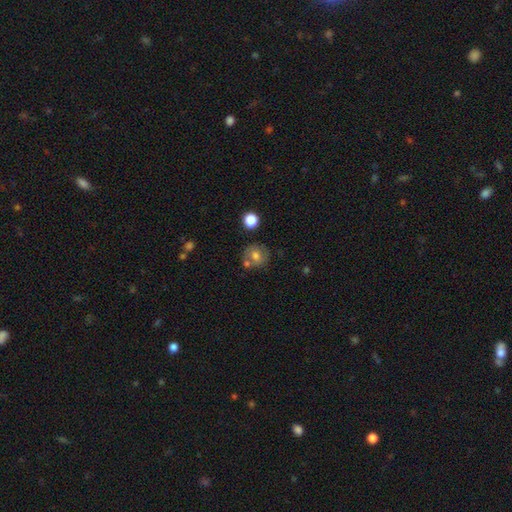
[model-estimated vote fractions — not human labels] This is likely a smooth galaxy (69%). How rounded: clearly round (86%). Merging: likely none (65%).